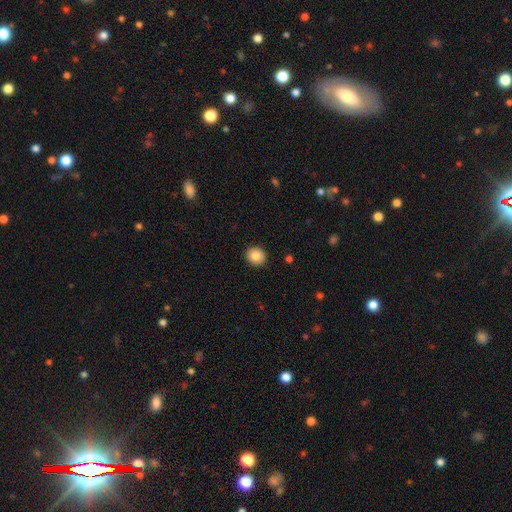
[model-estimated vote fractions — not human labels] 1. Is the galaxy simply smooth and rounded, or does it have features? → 85% smooth, 9% star or artifact, 6% featured or disk.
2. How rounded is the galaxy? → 80% round, 19% in between, 1% cigar-shaped.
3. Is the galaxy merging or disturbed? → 91% none, 6% minor disturbance, 2% major disturbance, 1% merger.